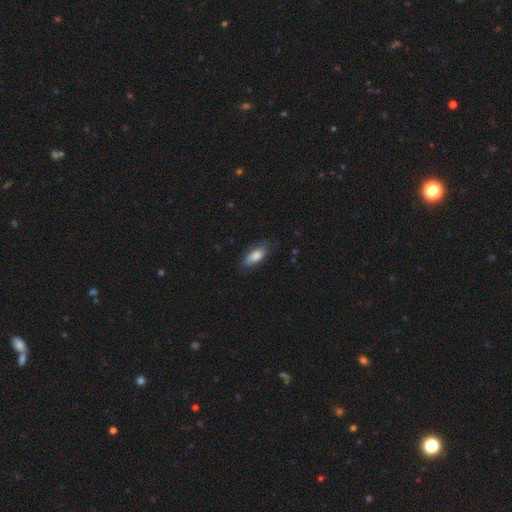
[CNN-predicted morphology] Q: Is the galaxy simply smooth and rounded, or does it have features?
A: smooth — 82%.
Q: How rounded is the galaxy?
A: in between — 80%.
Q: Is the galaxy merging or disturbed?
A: none — 76%.